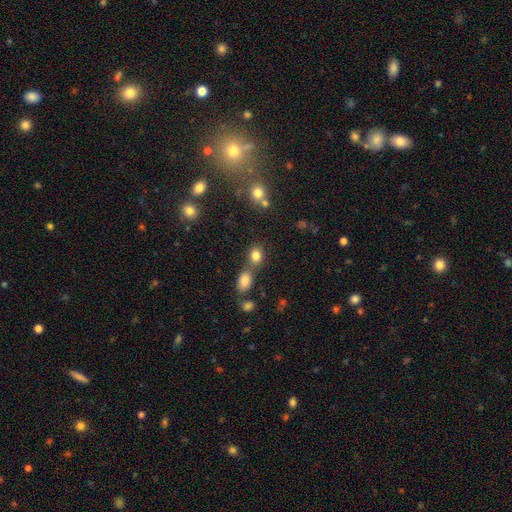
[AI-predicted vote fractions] Smooth or featured: smooth — 81% (star or artifact — 12%)
How rounded: round — 57% (in between — 42%)
Merging: none — 58% (merger — 27%)